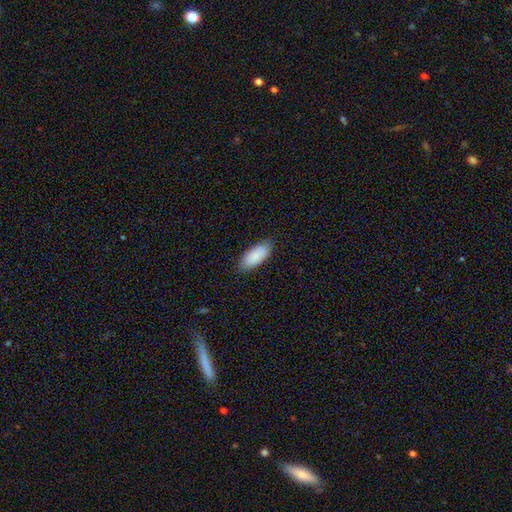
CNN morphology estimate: smooth 89%, featured or disk 6%, star or artifact 5%. Down the decision tree: how rounded — in between (87%); merging — none (85%).